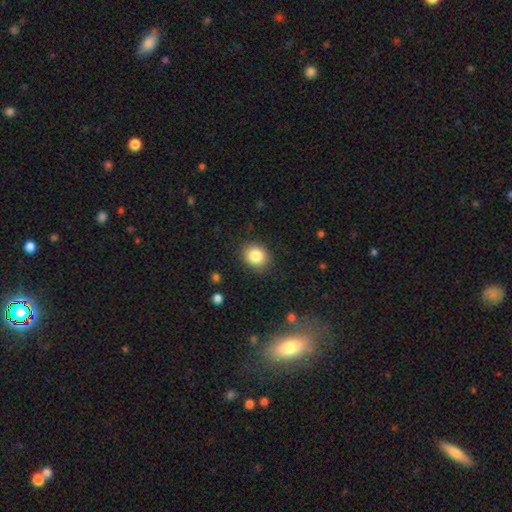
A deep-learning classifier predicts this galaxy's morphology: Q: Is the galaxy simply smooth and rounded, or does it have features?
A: smooth — 85%.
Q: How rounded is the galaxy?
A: round — 63%.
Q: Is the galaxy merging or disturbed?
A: none — 87%.